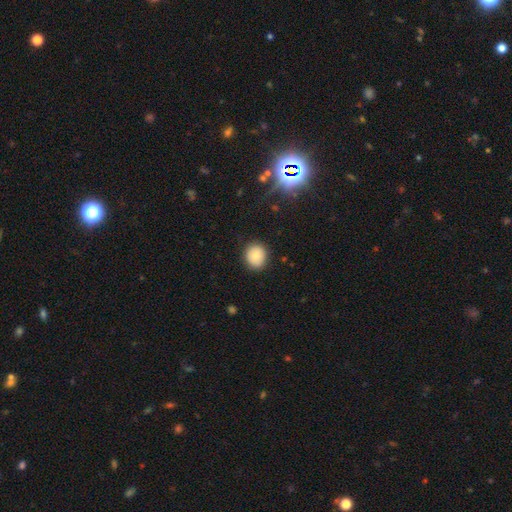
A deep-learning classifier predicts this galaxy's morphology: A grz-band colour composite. It shows a smooth galaxy with no disk features (81%) that is round (73%). Merging: none (87%).